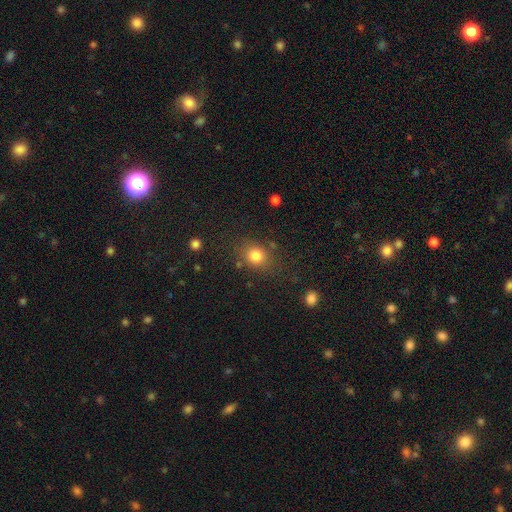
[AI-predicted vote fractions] Smooth or featured?
  - smooth: 81% *
  - star or artifact: 12%
  - featured or disk: 7%
How rounded?
  - round: 64% *
  - in between: 35%
  - cigar-shaped: 1%
Merging?
  - none: 76% *
  - minor disturbance: 14%
  - major disturbance: 6%
  - merger: 4%